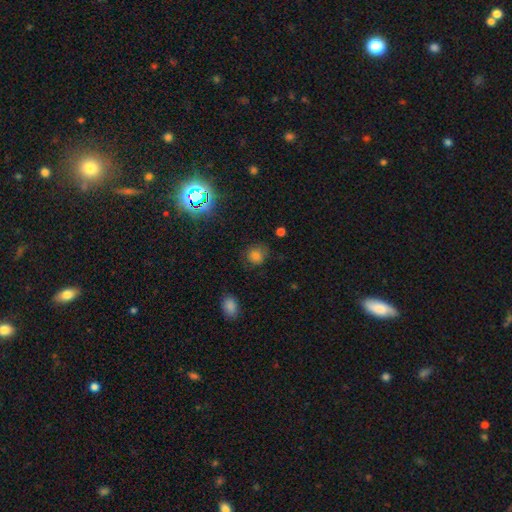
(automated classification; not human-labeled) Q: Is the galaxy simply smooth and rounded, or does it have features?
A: smooth — 73%.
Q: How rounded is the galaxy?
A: round — 76%.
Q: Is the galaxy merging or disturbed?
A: none — 73%.